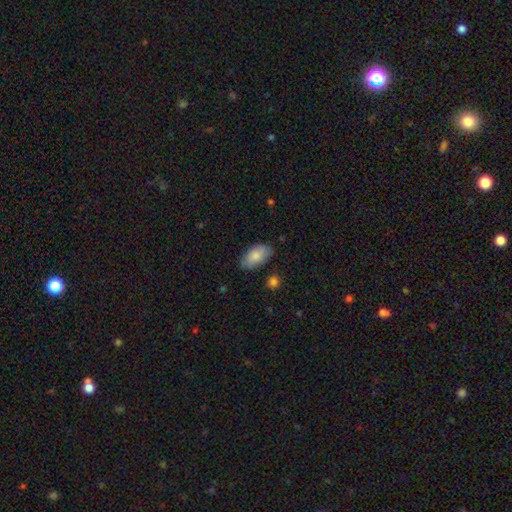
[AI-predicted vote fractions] A smooth galaxy with no disk features (83%) that is in between round and cigar-shaped (94%).

Vote fractions:
- Smooth or featured? smooth: 83% / featured or disk: 11% / star or artifact: 6%
- How rounded? in between: 94% / round: 3% / cigar-shaped: 3%
- Merging? none: 80% / minor disturbance: 16% / major disturbance: 3% / merger: 2%